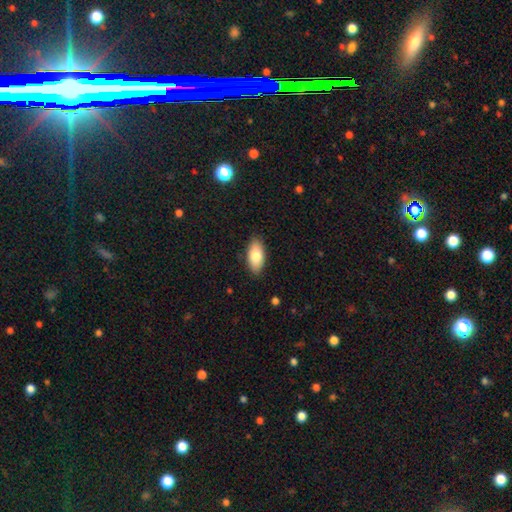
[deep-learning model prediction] This is likely a smooth galaxy (80%). How rounded: clearly in between (91%). Merging: clearly none (87%).